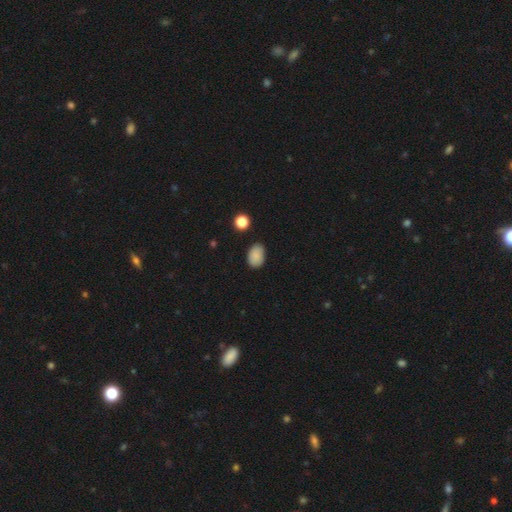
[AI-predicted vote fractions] Morphology: type=smooth (87%); roundness=in between (85%); merging=none (83%).